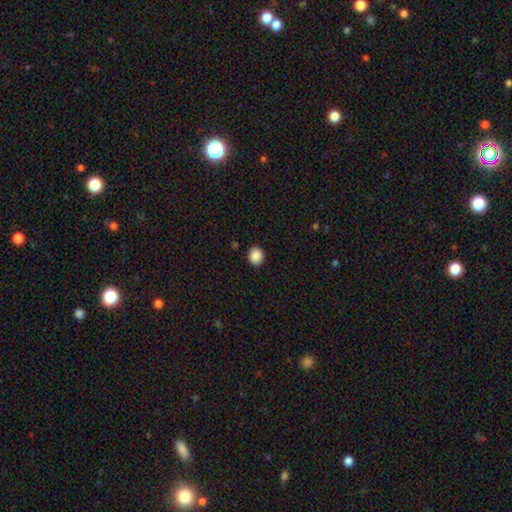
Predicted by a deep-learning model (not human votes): Smooth or featured: smooth — 89% (star or artifact — 9%)
How rounded: round — 68% (in between — 31%)
Merging: none — 91% (minor disturbance — 6%)